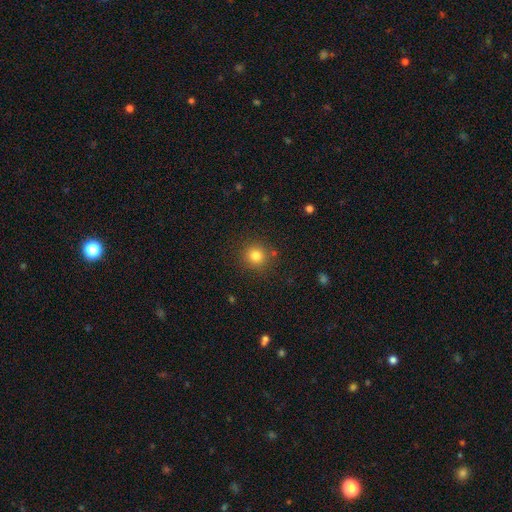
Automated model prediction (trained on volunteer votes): smooth-or-featured: smooth: 81% | star or artifact: 13% | featured or disk: 6%
  how-rounded: round: 92% | in between: 7% | cigar-shaped: 1%
  merging: none: 86% | minor disturbance: 8% | major disturbance: 3% | merger: 3%